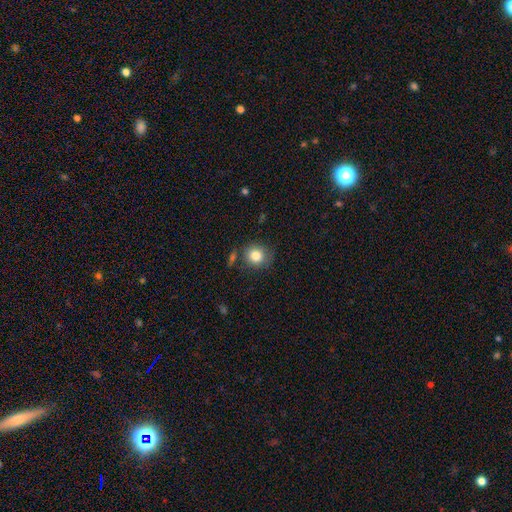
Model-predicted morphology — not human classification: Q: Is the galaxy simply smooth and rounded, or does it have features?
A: smooth — 83%.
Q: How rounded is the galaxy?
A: round — 86%.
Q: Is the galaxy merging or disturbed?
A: none — 78%.